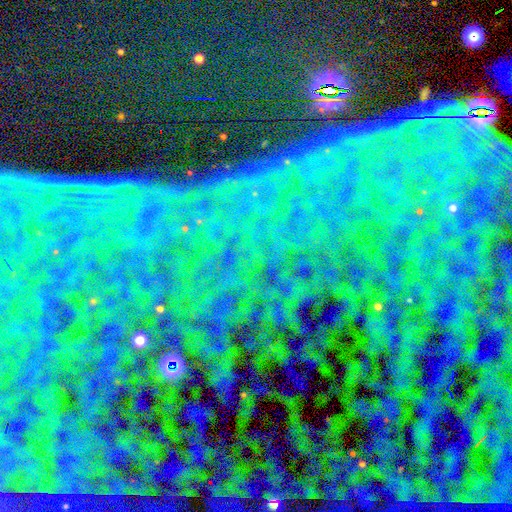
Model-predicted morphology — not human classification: Smooth or featured: star or artifact — 87% (featured or disk — 7%)